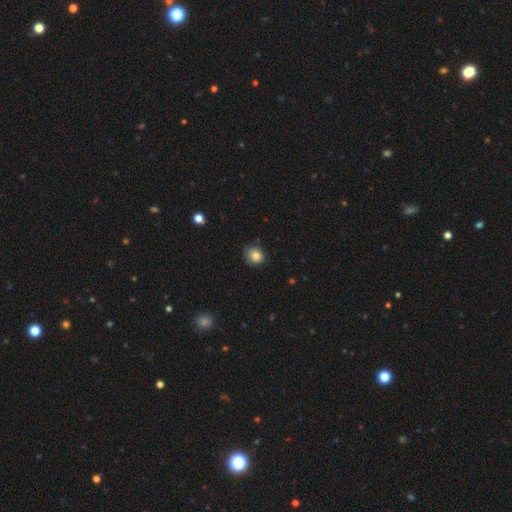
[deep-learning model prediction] Overall: smooth (81%). How rounded: round (73%). Merging: none (69%).